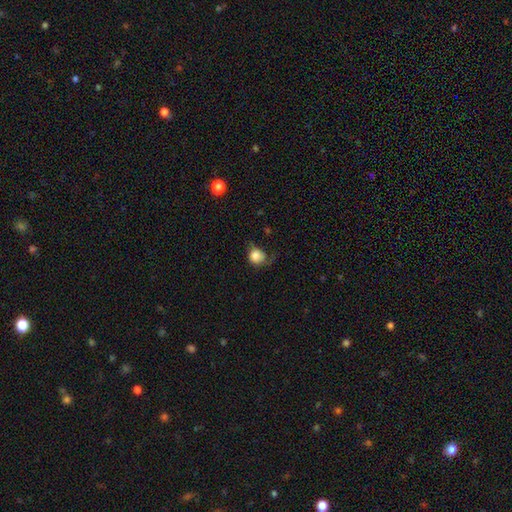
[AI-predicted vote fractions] smooth-or-featured: smooth: 79% | featured or disk: 13% | star or artifact: 9%
  how-rounded: round: 77% | in between: 22% | cigar-shaped: 1%
  merging: none: 40% | minor disturbance: 31% | major disturbance: 27% | merger: 3%